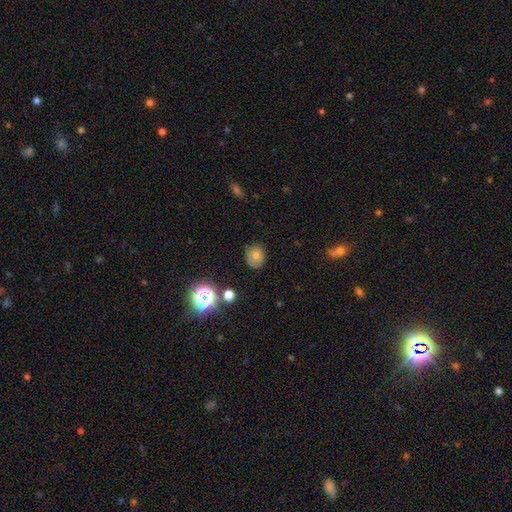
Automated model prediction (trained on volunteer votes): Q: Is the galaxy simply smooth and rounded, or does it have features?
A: smooth — 72%.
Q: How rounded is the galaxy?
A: round — 78%.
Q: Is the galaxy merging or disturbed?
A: none — 76%.